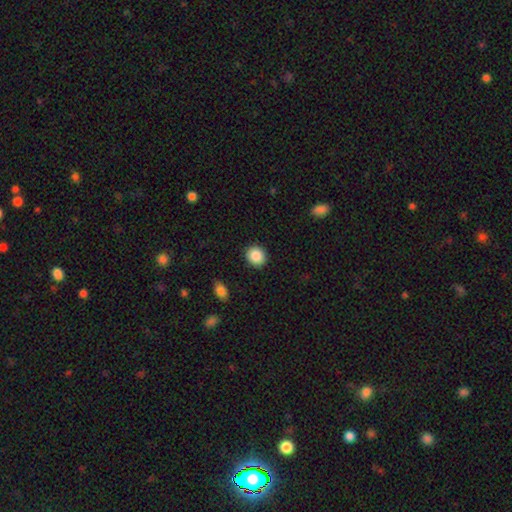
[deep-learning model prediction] A smooth galaxy with no disk features (88%) that is round (75%).

Vote fractions:
- Smooth or featured? smooth: 88% / star or artifact: 8% / featured or disk: 4%
- How rounded? round: 75% / in between: 24% / cigar-shaped: 1%
- Merging? none: 90% / minor disturbance: 6% / major disturbance: 2% / merger: 1%